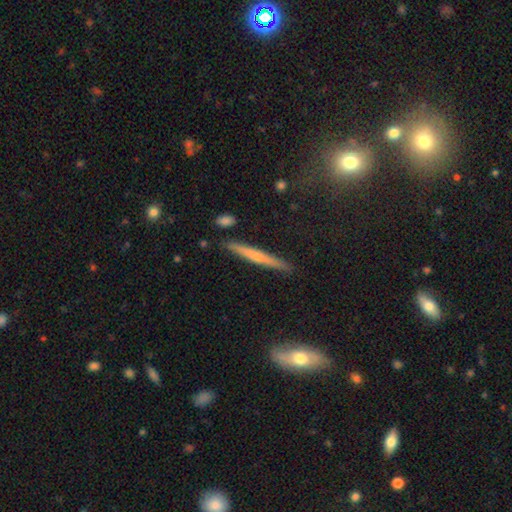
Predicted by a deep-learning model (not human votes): A smooth galaxy with no disk features (51%) that is cigar-shaped (96%).

Vote fractions:
- Smooth or featured? smooth: 51% / featured or disk: 43% / star or artifact: 6%
- How rounded? cigar-shaped: 96% / in between: 3% / round: 2%
- Merging? none: 88% / minor disturbance: 8% / merger: 2% / major disturbance: 2%